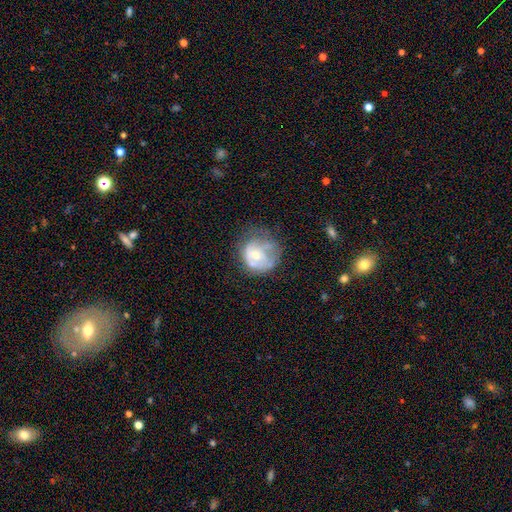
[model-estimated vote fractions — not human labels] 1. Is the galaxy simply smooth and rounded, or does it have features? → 51% featured or disk, 41% smooth, 8% star or artifact.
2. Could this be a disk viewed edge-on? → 98% no, 2% yes.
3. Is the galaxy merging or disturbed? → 37% none, 30% major disturbance, 29% minor disturbance, 4% merger.